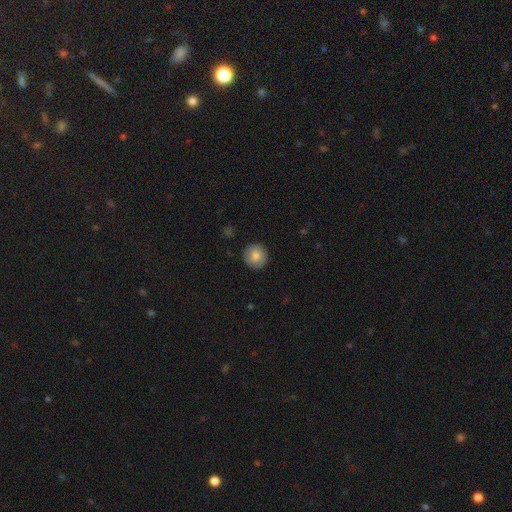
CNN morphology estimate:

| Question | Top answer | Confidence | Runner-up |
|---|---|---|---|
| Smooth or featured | smooth | 82% | featured or disk (10%) |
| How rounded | round | 94% | in between (5%) |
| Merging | none | 90% | minor disturbance (7%) |